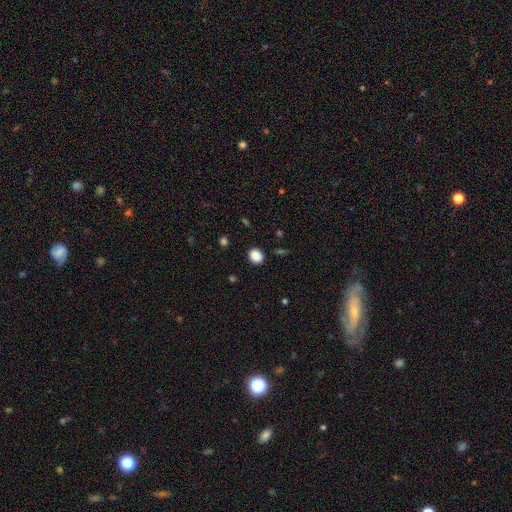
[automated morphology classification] Smooth or featured? Predicted: smooth (p=0.87). How rounded? Predicted: round (p=0.61). Merging? Predicted: none (p=0.87).